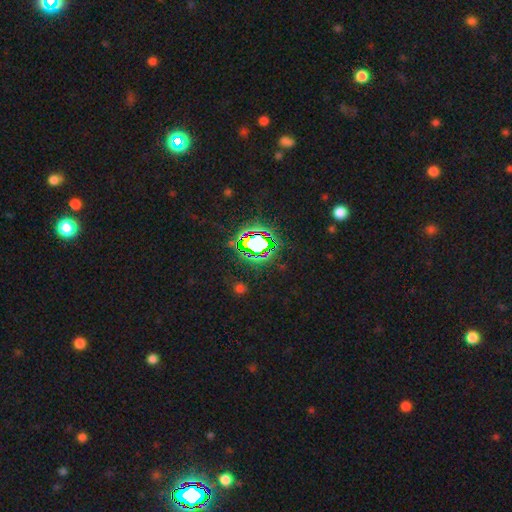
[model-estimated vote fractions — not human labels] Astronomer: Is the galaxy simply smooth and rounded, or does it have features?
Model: star or artifact — 81%.